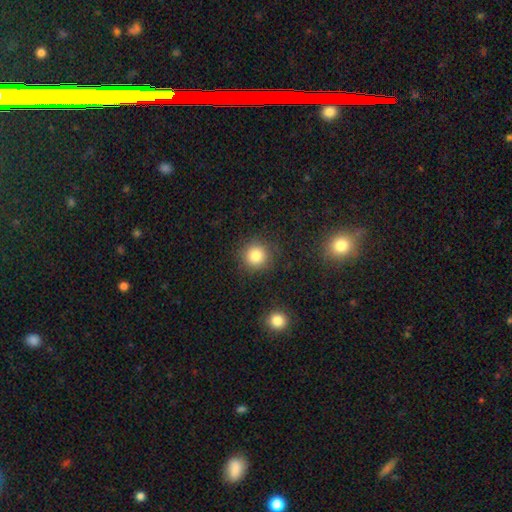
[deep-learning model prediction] A smooth galaxy with no disk features (83%) that is round (93%).

Vote fractions:
- Smooth or featured? smooth: 83% / star or artifact: 11% / featured or disk: 6%
- How rounded? round: 93% / in between: 6% / cigar-shaped: 1%
- Merging? none: 86% / minor disturbance: 8% / major disturbance: 3% / merger: 2%